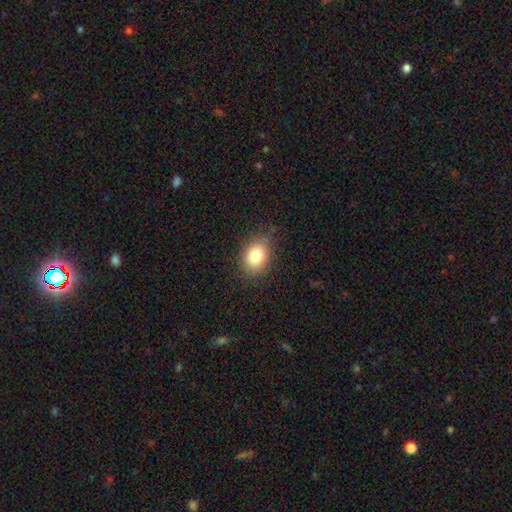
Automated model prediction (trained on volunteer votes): Smooth or featured? smooth (81%)
How rounded? in between (68%)
Merging? none (81%)